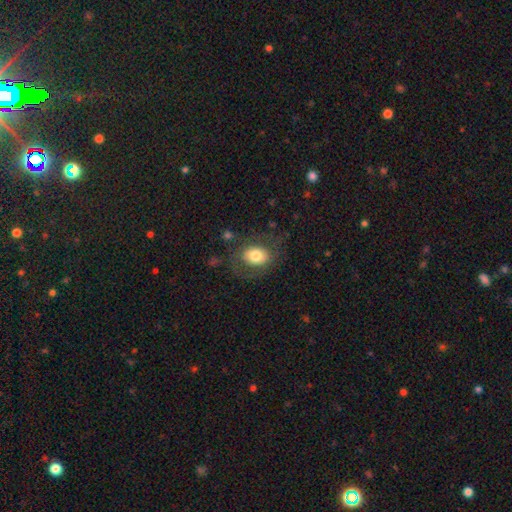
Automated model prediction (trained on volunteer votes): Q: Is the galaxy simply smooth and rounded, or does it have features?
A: smooth — 69%.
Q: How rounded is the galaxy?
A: in between — 58%.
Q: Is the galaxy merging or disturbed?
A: none — 65%.